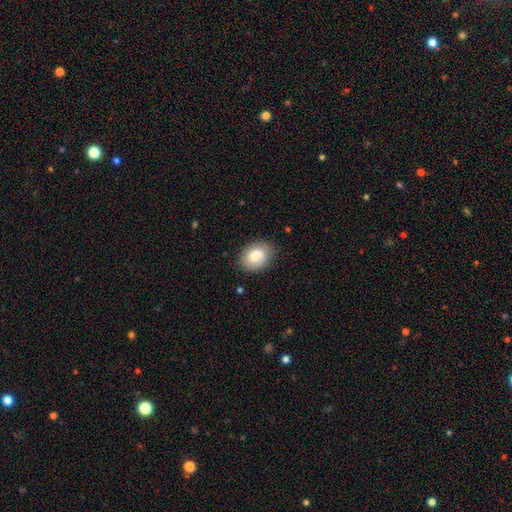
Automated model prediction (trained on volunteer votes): smooth-or-featured: smooth: 75% | featured or disk: 18% | star or artifact: 7%
  how-rounded: in between: 71% | round: 28% | cigar-shaped: 1%
  merging: none: 82% | minor disturbance: 14% | major disturbance: 3% | merger: 1%